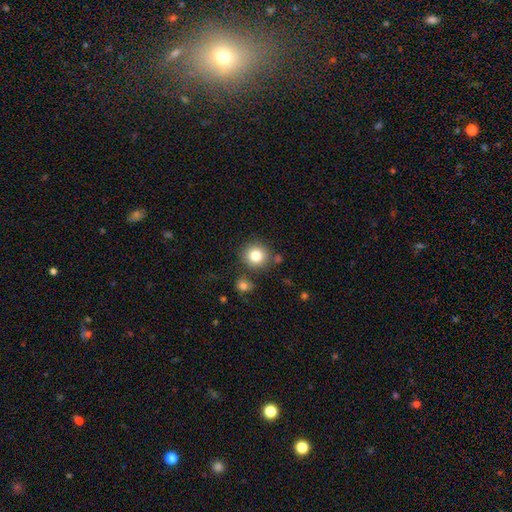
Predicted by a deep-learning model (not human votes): Smooth or featured?
  - smooth: 82% *
  - star or artifact: 10%
  - featured or disk: 8%
How rounded?
  - round: 92% *
  - in between: 7%
  - cigar-shaped: 1%
Merging?
  - none: 81% *
  - minor disturbance: 9%
  - merger: 8%
  - major disturbance: 3%